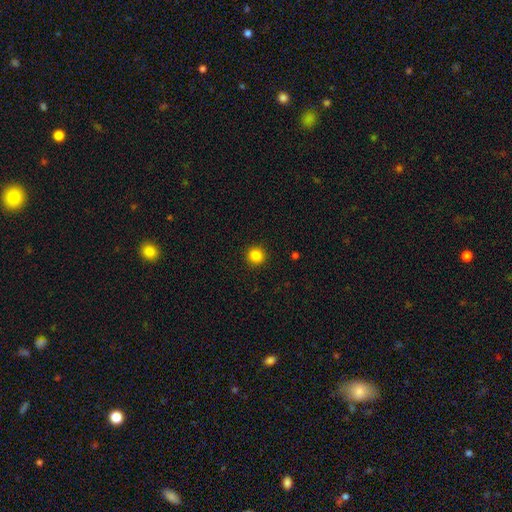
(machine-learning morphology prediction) Smooth or featured? Predicted: smooth (p=0.85). How rounded? Predicted: round (p=0.93). Merging? Predicted: none (p=0.93).